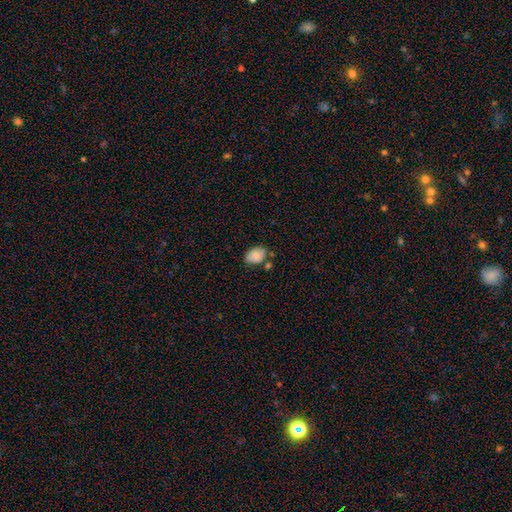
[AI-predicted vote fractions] Smooth or featured? smooth (83%)
How rounded? in between (83%)
Merging? none (62%)